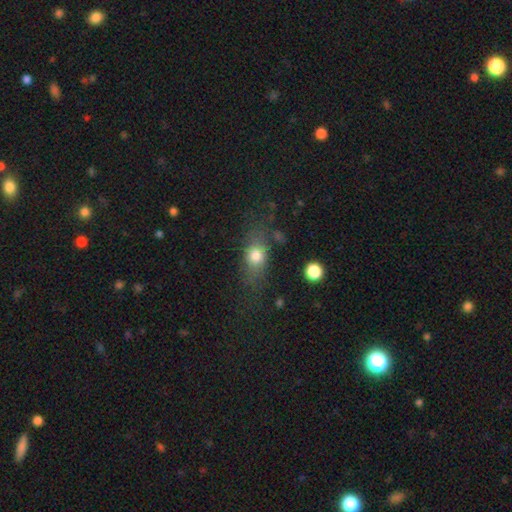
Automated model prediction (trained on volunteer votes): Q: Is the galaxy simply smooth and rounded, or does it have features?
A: smooth — 73%.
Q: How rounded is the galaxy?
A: in between — 61%.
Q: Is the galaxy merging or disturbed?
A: none — 62%.